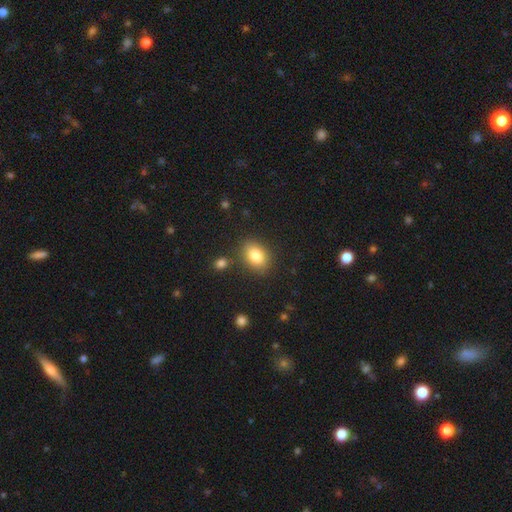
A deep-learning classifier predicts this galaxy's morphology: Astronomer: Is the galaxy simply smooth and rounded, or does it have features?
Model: smooth — 83%.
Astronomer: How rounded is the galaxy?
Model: in between — 78%.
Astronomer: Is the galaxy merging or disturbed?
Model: none — 82%.